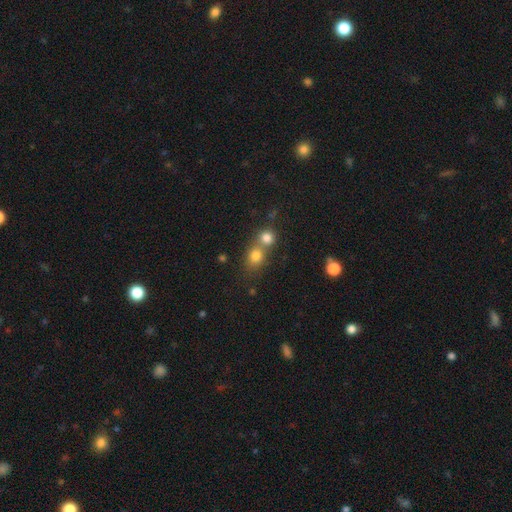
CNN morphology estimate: Smooth or featured: smooth — 78% (star or artifact — 13%)
How rounded: round — 70% (in between — 28%)
Merging: merger — 50% (none — 41%)